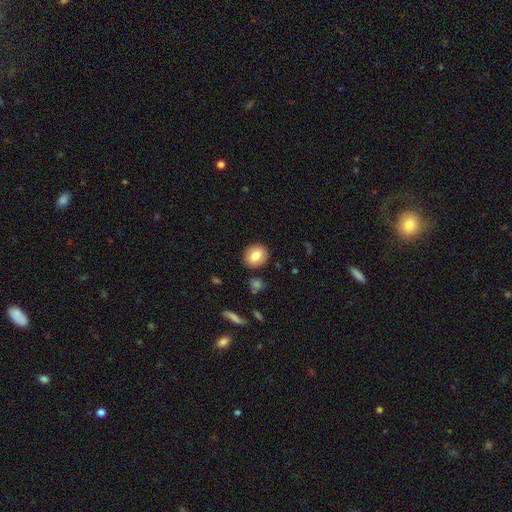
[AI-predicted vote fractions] The model was most divided on "how rounded": round: 57%, in between: 41%, cigar-shaped: 1%. More confident: merging — none (88%); smooth or featured — smooth (76%).